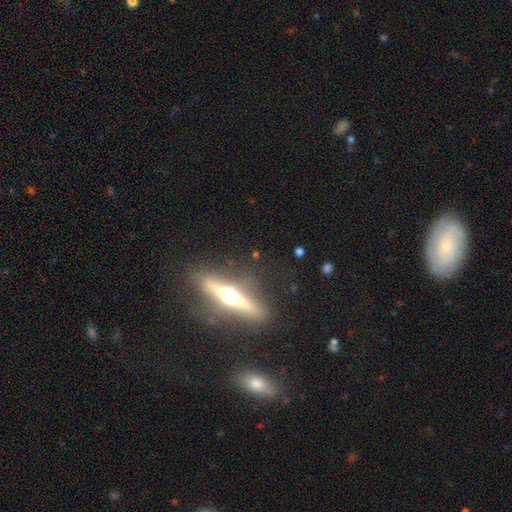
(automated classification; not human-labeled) smooth_or_featured: featured or disk (p=0.72) [alt: smooth p=0.21]
disk_edge_on: yes (p=0.95) [alt: no p=0.05]
edge_on_bulge: rounded (p=0.94) [alt: boxy p=0.03]
merging: none (p=0.84) [alt: minor disturbance p=0.10]